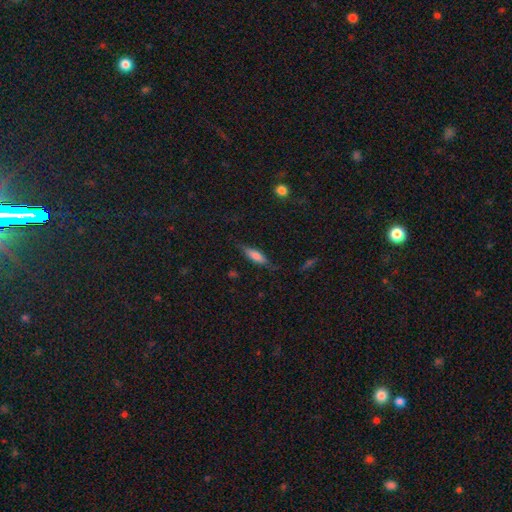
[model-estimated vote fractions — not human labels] Smooth or featured: smooth — 62% (featured or disk — 31%)
How rounded: cigar-shaped — 58% (in between — 39%)
Merging: none — 75% (minor disturbance — 18%)